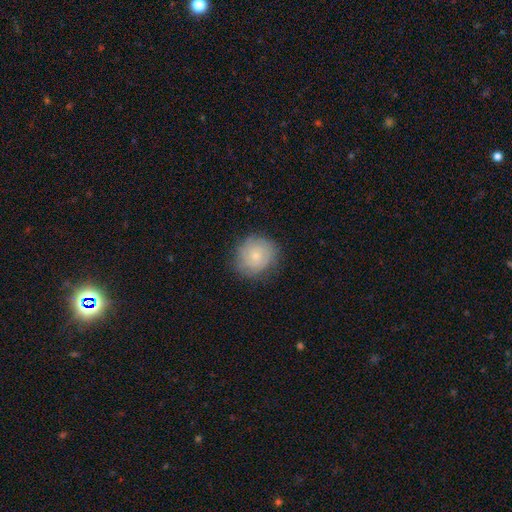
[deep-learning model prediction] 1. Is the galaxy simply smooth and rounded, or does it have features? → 60% smooth, 32% featured or disk, 8% star or artifact.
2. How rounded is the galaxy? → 86% round, 13% in between, 1% cigar-shaped.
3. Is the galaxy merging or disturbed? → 80% none, 15% minor disturbance, 5% major disturbance, 1% merger.